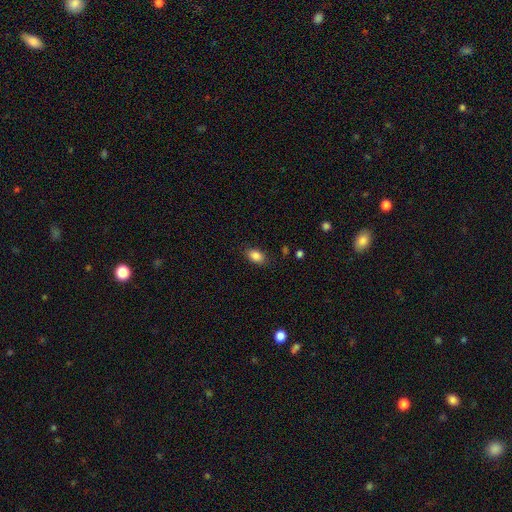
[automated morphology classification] This is clearly a smooth galaxy (86%). How rounded: clearly in between (84%). Merging: clearly none (84%).